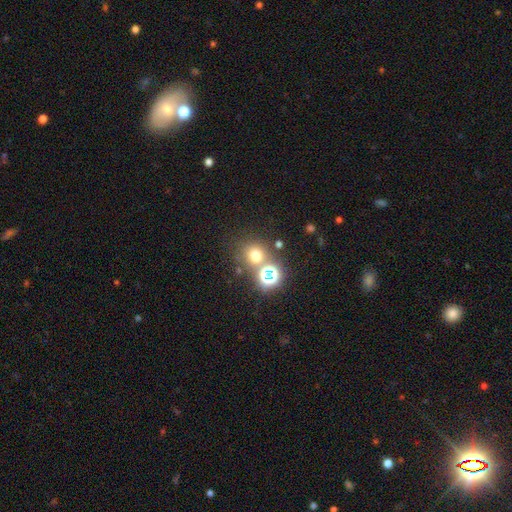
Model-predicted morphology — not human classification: smooth 64%, star or artifact 28%, featured or disk 9%. Down the decision tree: how rounded — round (86%); merging — none (67%).